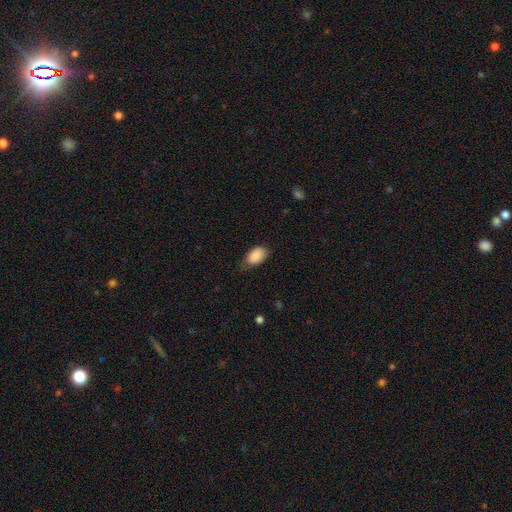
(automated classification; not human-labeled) A smooth galaxy with no disk features (89%) that is in between round and cigar-shaped (92%). Merging: none (62%).